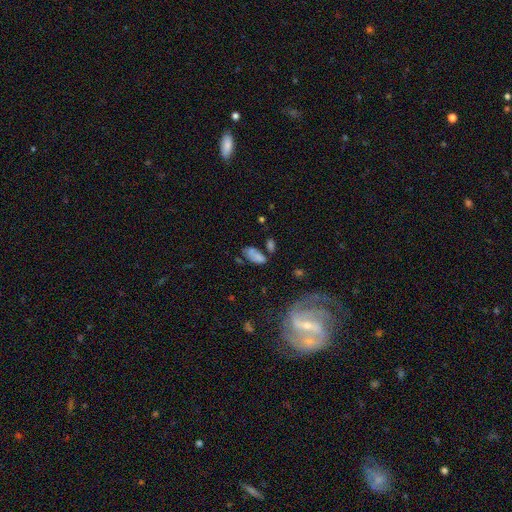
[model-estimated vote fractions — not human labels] Smooth or featured? smooth (71%)
How rounded? in between (91%)
Merging? none (49%)